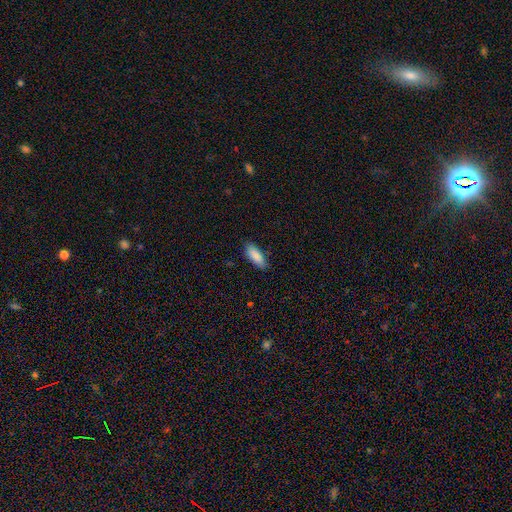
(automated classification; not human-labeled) smooth-or-featured: smooth: 87% | featured or disk: 7% | star or artifact: 6%
  how-rounded: in between: 71% | cigar-shaped: 28% | round: 2%
  merging: none: 85% | minor disturbance: 12% | major disturbance: 2% | merger: 1%